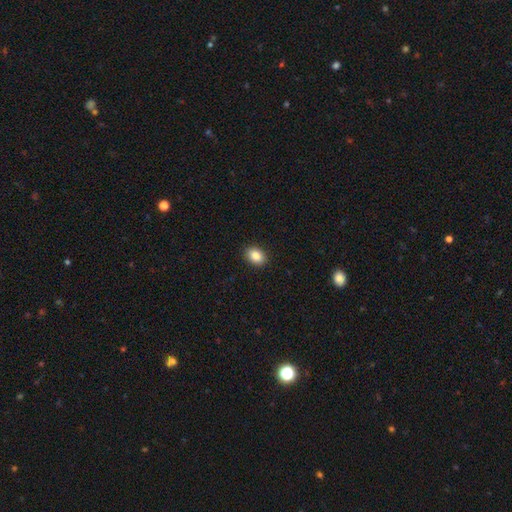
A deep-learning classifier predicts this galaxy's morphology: Smooth or featured: smooth — 86% (star or artifact — 9%)
How rounded: in between — 76% (round — 23%)
Merging: none — 91% (minor disturbance — 6%)